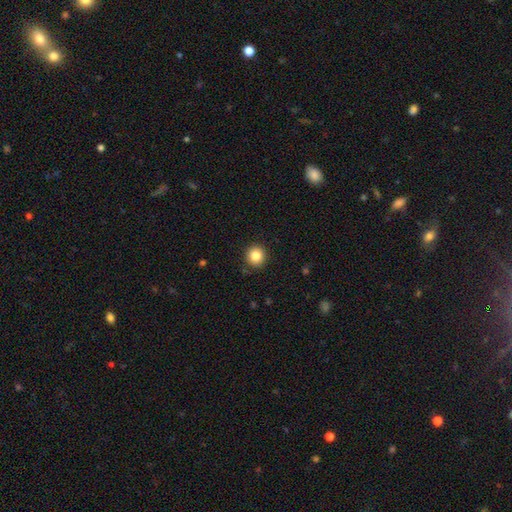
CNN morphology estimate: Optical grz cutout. It shows a smooth galaxy with no disk features (84%) that is round (93%). Merging: none (91%).